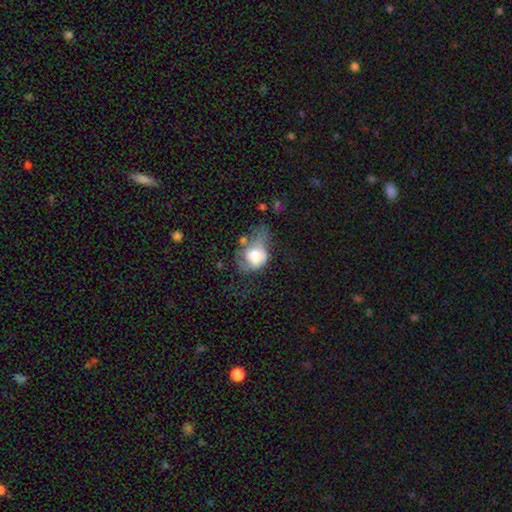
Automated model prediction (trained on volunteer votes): Smooth or featured: smooth — 62% (featured or disk — 29%)
How rounded: in between — 59% (round — 40%)
Merging: major disturbance — 49% (minor disturbance — 23%)